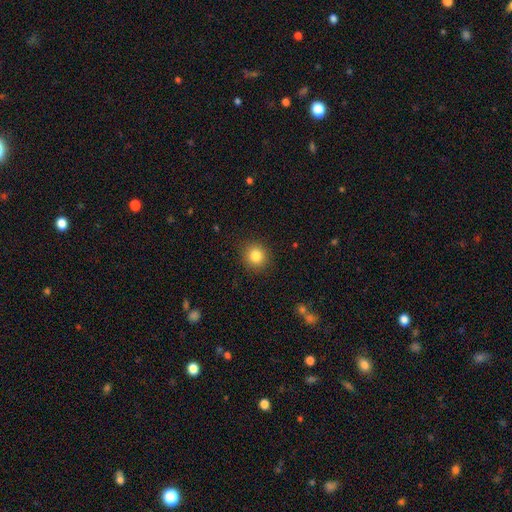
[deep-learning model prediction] Smooth or featured? Predicted: smooth (p=0.83). How rounded? Predicted: round (p=0.88). Merging? Predicted: none (p=0.90).